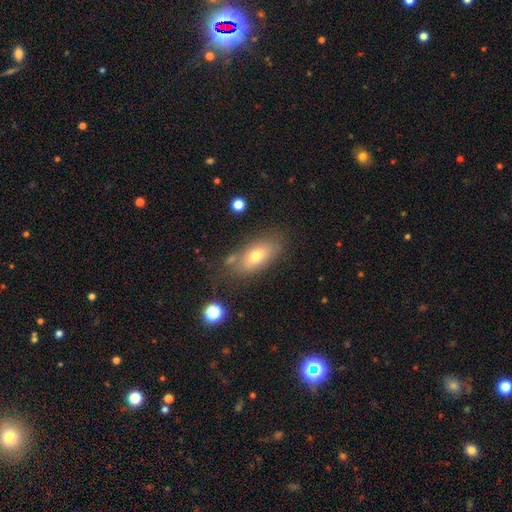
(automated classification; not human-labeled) Smooth or featured: smooth — 69% (featured or disk — 22%)
How rounded: in between — 84% (cigar-shaped — 9%)
Merging: none — 70% (minor disturbance — 17%)